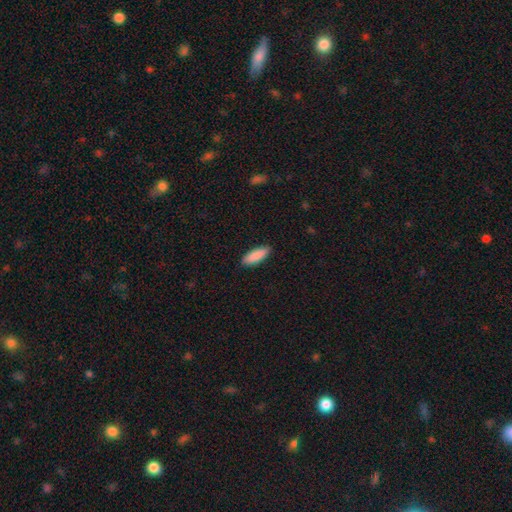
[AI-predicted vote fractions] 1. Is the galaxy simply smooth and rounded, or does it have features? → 89% smooth, 6% star or artifact, 5% featured or disk.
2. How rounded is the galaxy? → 57% in between, 42% cigar-shaped, 2% round.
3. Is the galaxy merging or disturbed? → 88% none, 9% minor disturbance, 2% major disturbance, 1% merger.